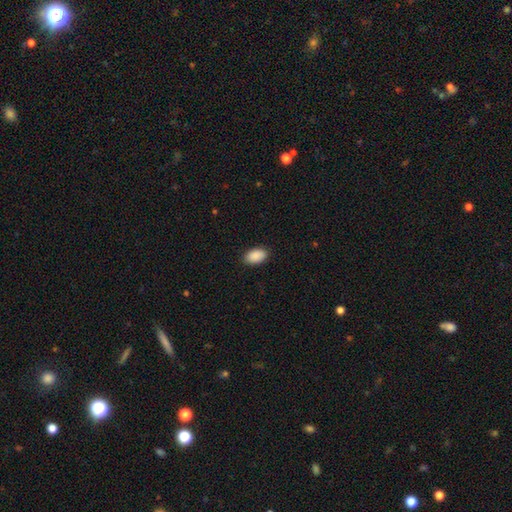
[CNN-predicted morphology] smooth 91%, star or artifact 6%, featured or disk 3%. Down the decision tree: how rounded — in between (93%); merging — none (89%).